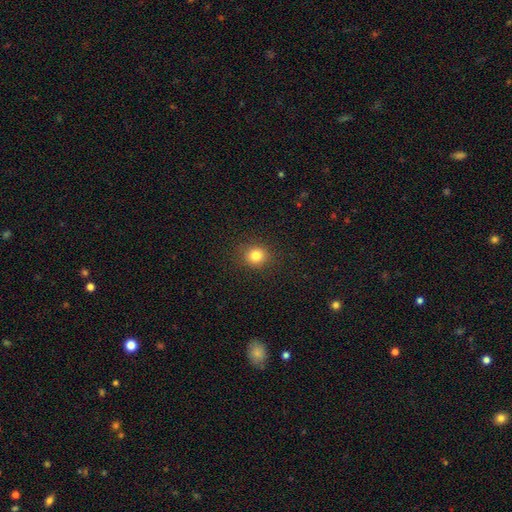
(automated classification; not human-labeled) Morphology: type=smooth (82%); roundness=round (85%); merging=none (90%).